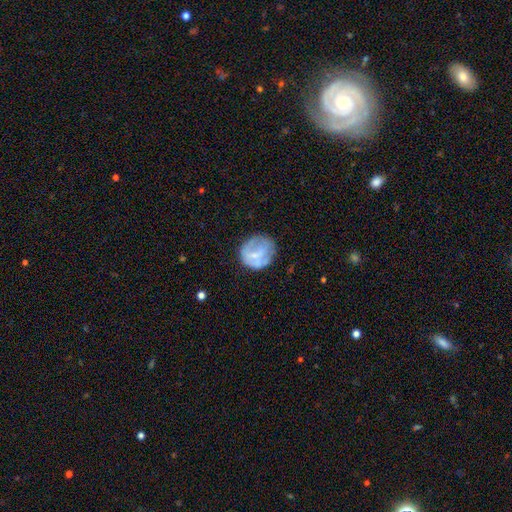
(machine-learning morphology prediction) Smooth or featured? smooth (52%)
How rounded? round (79%)
Merging? none (58%)